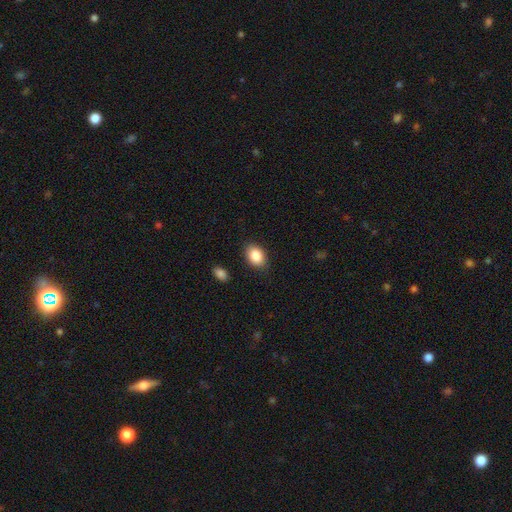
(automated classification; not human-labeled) Smooth or featured? smooth (88%)
How rounded? in between (79%)
Merging? none (85%)